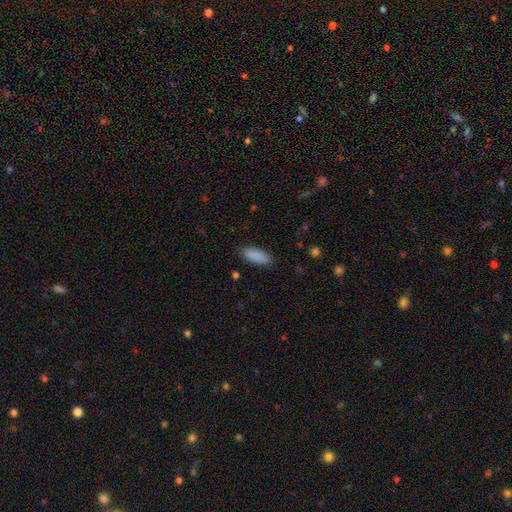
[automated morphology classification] Smooth or featured? Predicted: smooth (p=0.90). How rounded? Predicted: in between (p=0.77). Merging? Predicted: none (p=0.86).